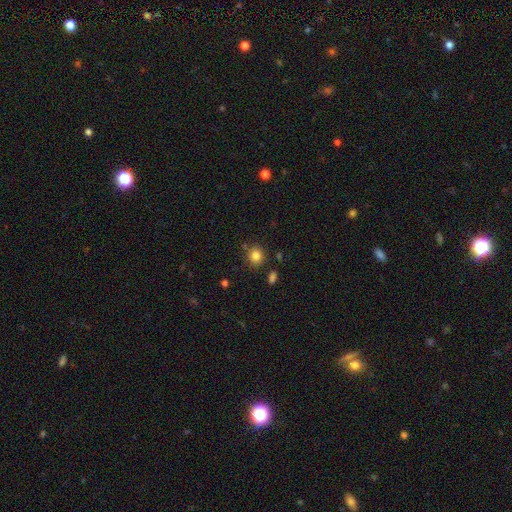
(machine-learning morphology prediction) Overall: smooth (83%). How rounded: round (85%). Merging: none (82%).